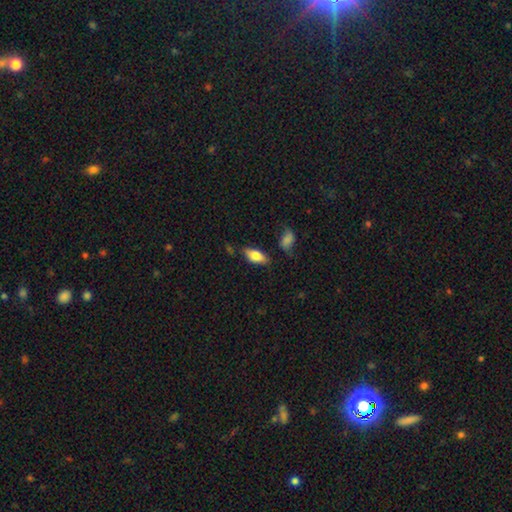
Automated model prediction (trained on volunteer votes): Overall: smooth (75%). How rounded: in between (86%). Merging: none (73%).